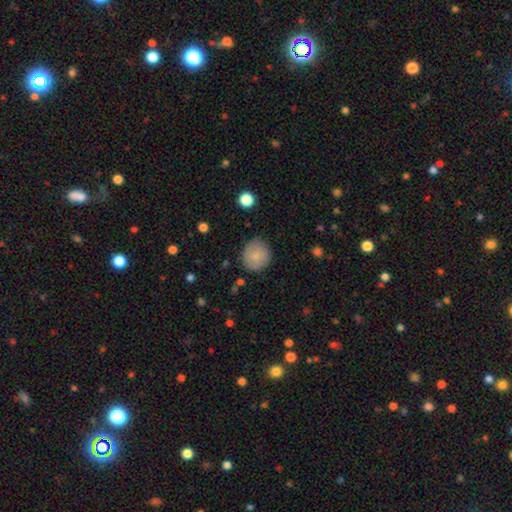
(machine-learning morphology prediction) smooth 82%, featured or disk 10%, star or artifact 7%. Down the decision tree: how rounded — round (87%); merging — none (81%).